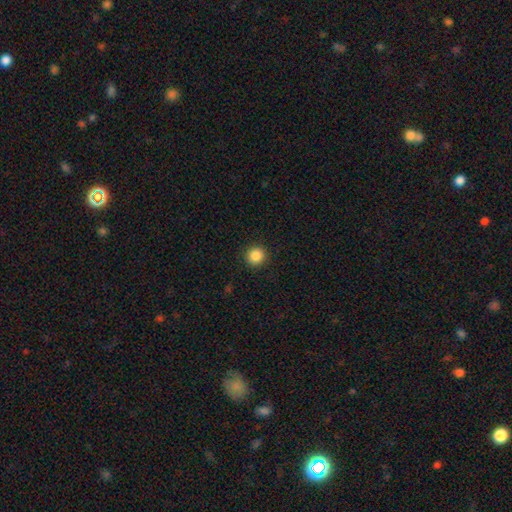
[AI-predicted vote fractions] A smooth galaxy with no disk features (87%) that is round (93%).

Vote fractions:
- Smooth or featured? smooth: 87% / star or artifact: 10% / featured or disk: 4%
- How rounded? round: 93% / in between: 6% / cigar-shaped: 1%
- Merging? none: 93% / minor disturbance: 5% / major disturbance: 2% / merger: 1%